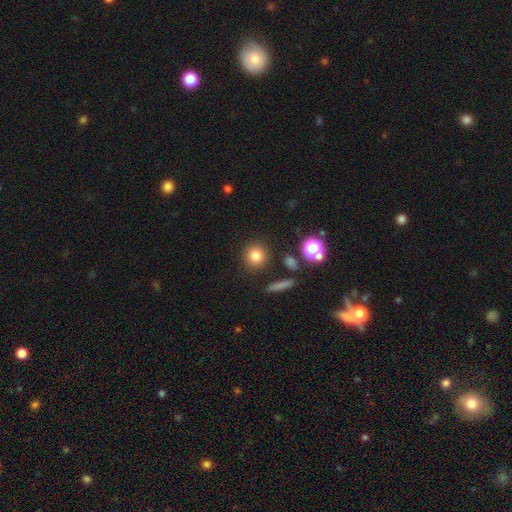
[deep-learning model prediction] Morphology: type=smooth (79%); roundness=round (91%); merging=none (87%).